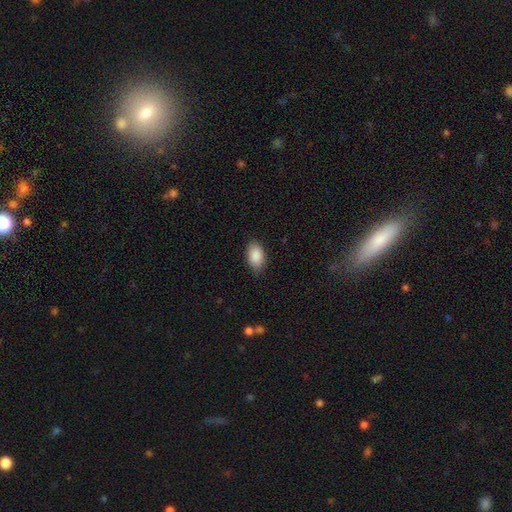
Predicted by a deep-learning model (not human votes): Smooth or featured? smooth (89%)
How rounded? in between (92%)
Merging? none (83%)